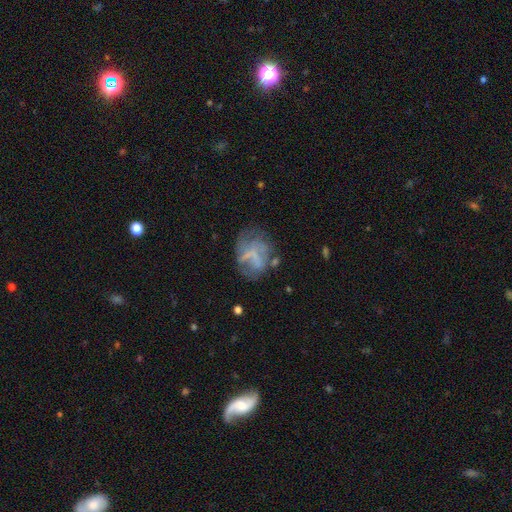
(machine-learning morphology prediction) Overall: featured or disk (55%; smooth 32%). Edge-on disk: no (97%). Bar: no (61%; weak 26%). Spiral arms: no (65%; yes 35%). Bulge size: none (70%). Merging: none (45%; major disturbance 27%).